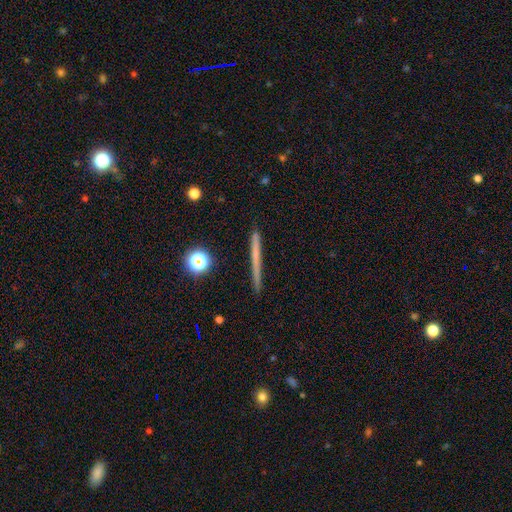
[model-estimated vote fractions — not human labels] A smooth galaxy with no disk features (50%) that is cigar-shaped (95%). Merging: none (89%).